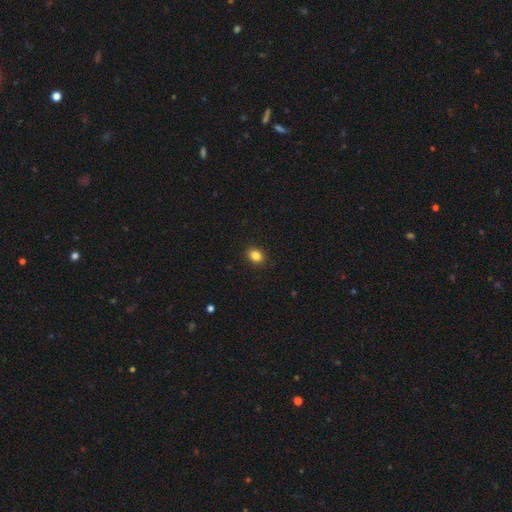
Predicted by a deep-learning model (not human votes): Q: Smooth or featured?
A: smooth (85%); runner-up: star or artifact (10%)
Q: How rounded?
A: in between (54%); runner-up: round (45%)
Q: Merging?
A: none (91%); runner-up: minor disturbance (7%)